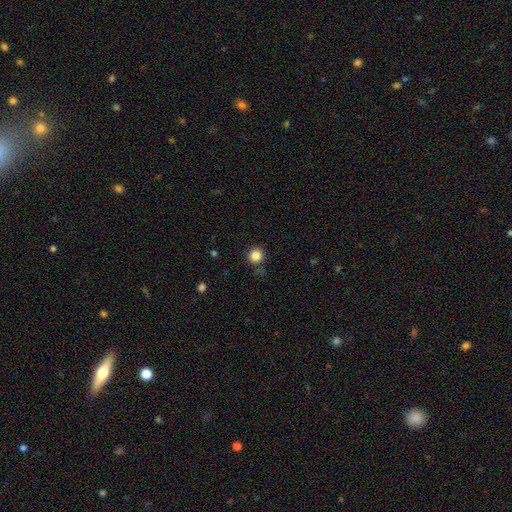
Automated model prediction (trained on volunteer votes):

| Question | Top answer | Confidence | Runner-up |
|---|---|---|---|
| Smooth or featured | smooth | 85% | star or artifact (11%) |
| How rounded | round | 94% | in between (5%) |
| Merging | none | 84% | minor disturbance (9%) |